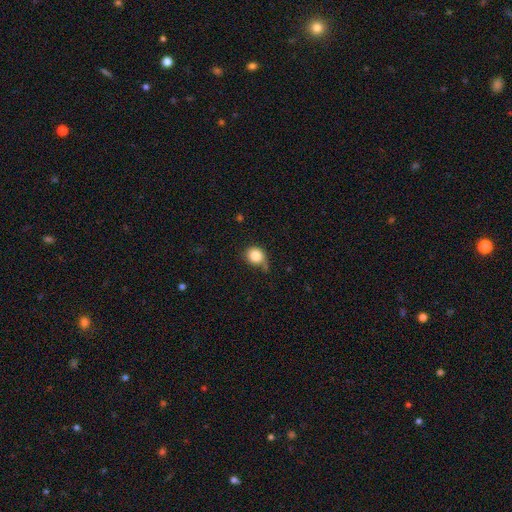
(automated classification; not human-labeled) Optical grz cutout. It shows a smooth galaxy with no disk features (84%) that is round (82%). Merging: none (51%).